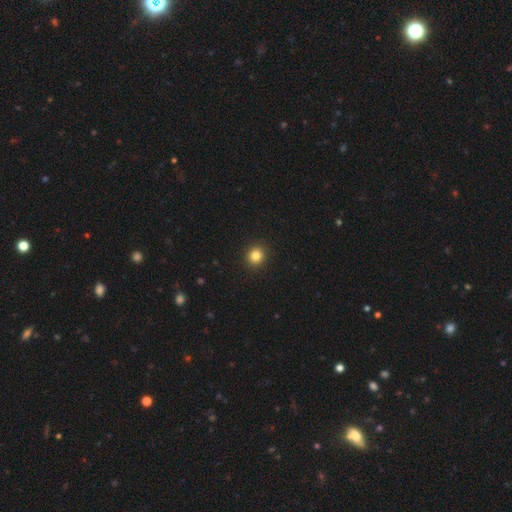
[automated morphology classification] The model was most divided on "how rounded": round: 86%, in between: 14%, cigar-shaped: 1%. More confident: merging — none (92%); smooth or featured — smooth (83%).